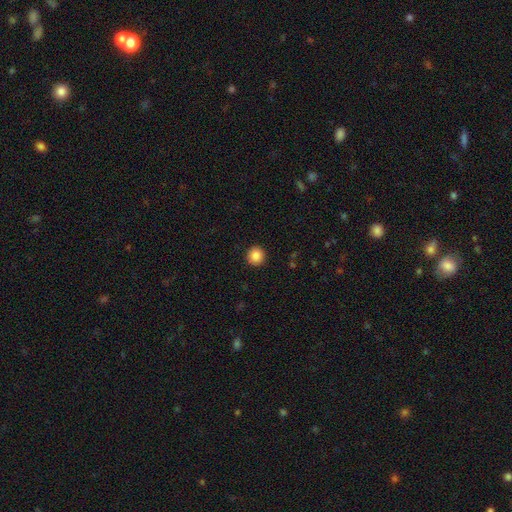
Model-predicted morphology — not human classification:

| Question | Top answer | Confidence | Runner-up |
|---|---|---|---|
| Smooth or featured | smooth | 86% | star or artifact (9%) |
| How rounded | round | 94% | in between (5%) |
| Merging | none | 93% | minor disturbance (5%) |